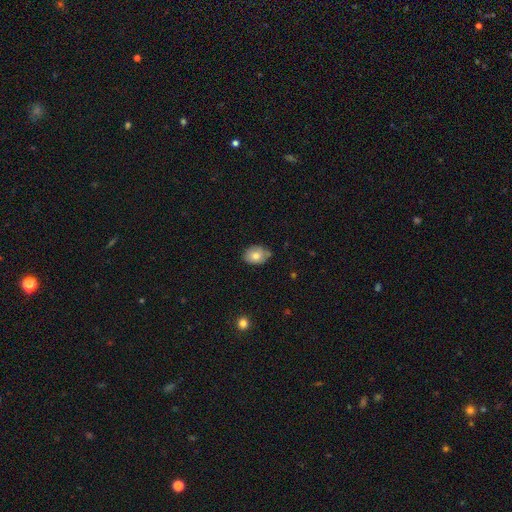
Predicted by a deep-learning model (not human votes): Smooth or featured?
  - smooth: 77% *
  - featured or disk: 15%
  - star or artifact: 8%
How rounded?
  - in between: 65% *
  - round: 34%
  - cigar-shaped: 1%
Merging?
  - none: 64% *
  - minor disturbance: 28%
  - major disturbance: 4%
  - merger: 4%